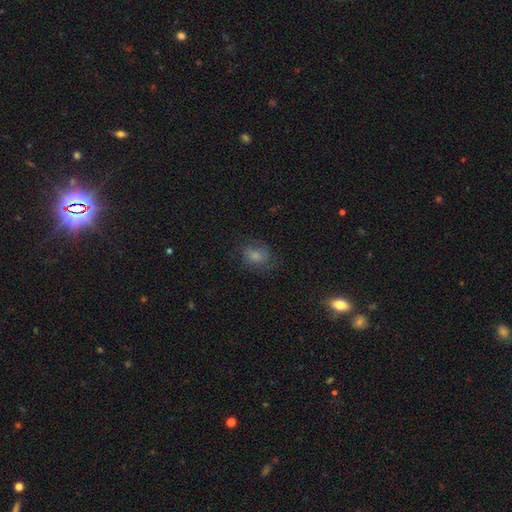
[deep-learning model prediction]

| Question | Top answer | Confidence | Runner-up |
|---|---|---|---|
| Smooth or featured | smooth | 61% | featured or disk (25%) |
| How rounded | in between | 52% | round (46%) |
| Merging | none | 66% | minor disturbance (20%) |